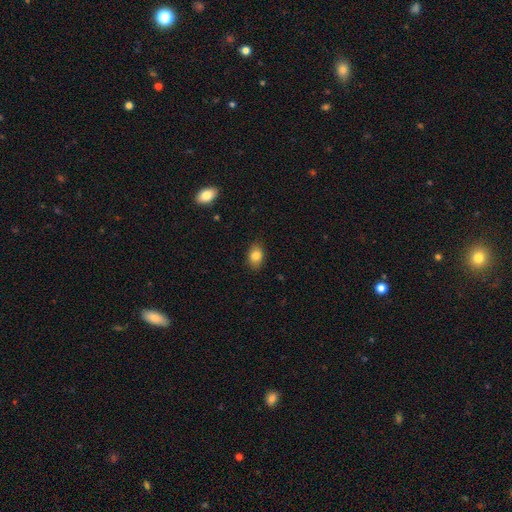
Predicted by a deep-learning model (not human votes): Morphology: type=smooth (83%); roundness=in between (79%); merging=none (84%).